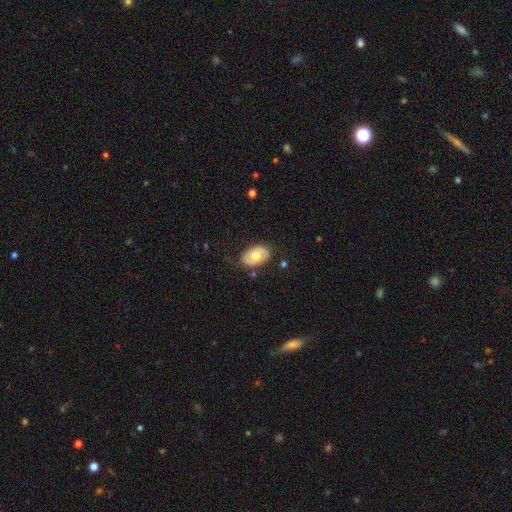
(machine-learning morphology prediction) This appears to be a smooth galaxy with no disk features (48%). Merging: none (78%).